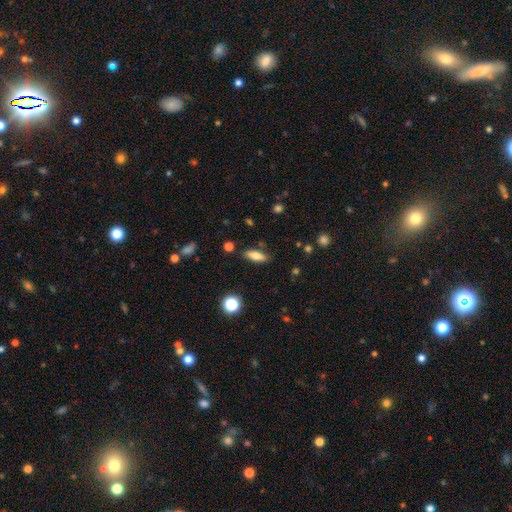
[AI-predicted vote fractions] smooth_or_featured: smooth (p=0.76) [alt: featured or disk p=0.16]
how_rounded: in between (p=0.67) [alt: cigar-shaped p=0.30]
merging: none (p=0.84) [alt: minor disturbance p=0.11]